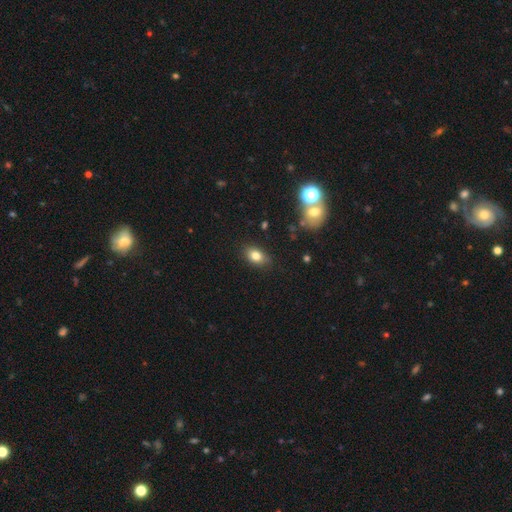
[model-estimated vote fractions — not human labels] Smooth or featured? smooth (79%)
How rounded? in between (79%)
Merging? none (82%)